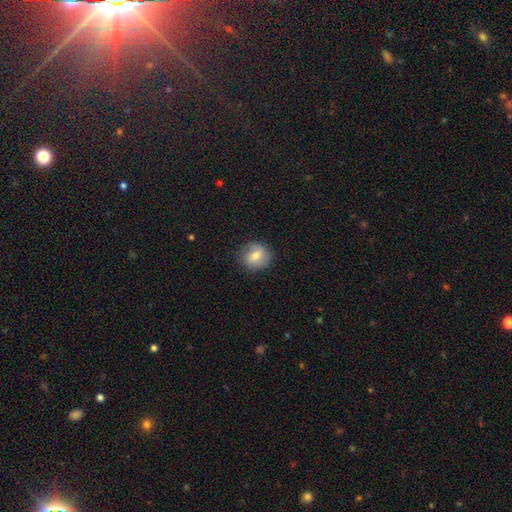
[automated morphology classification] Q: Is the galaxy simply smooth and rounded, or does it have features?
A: smooth — 69%.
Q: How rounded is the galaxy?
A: round — 82%.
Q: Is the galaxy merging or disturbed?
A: none — 81%.